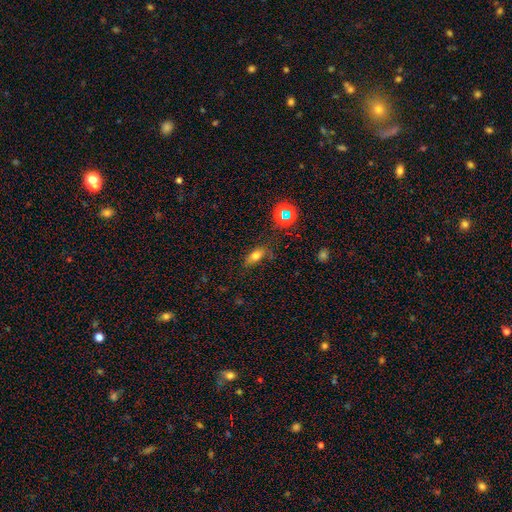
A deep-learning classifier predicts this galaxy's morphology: smooth_or_featured: smooth (p=0.70) [alt: star or artifact p=0.17]
how_rounded: in between (p=0.78) [alt: round p=0.12]
merging: none (p=0.64) [alt: minor disturbance p=0.23]